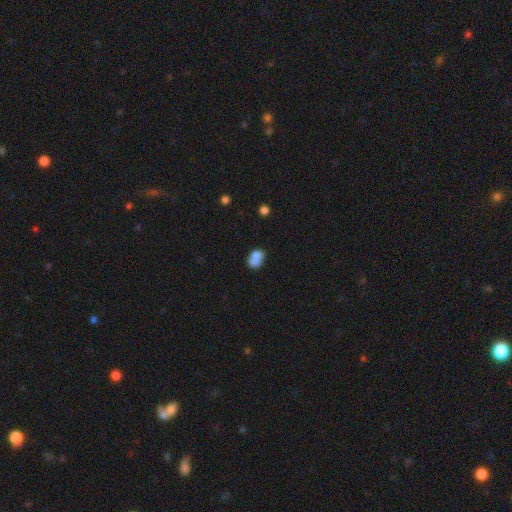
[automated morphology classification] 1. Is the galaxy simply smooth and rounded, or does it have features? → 71% smooth, 18% featured or disk, 10% star or artifact.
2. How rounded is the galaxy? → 60% in between, 39% round, 1% cigar-shaped.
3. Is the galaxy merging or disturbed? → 50% merger, 28% none, 14% minor disturbance, 8% major disturbance.